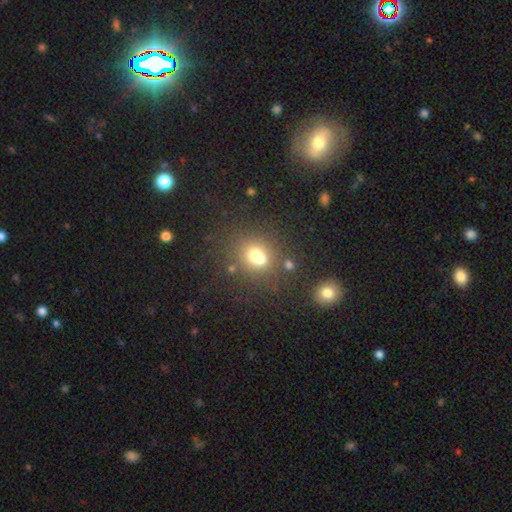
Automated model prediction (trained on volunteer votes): A smooth galaxy with no disk features (67%) that is round (57%). Merging: none (51%).